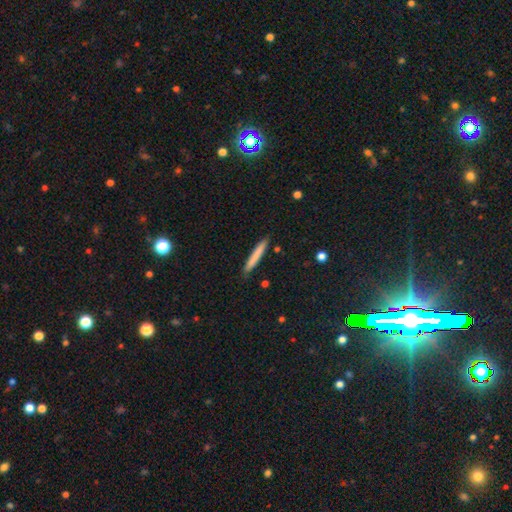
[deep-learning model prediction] This appears to be a smooth galaxy with no disk features (76%) that is cigar-shaped (96%). Merging: none (89%).